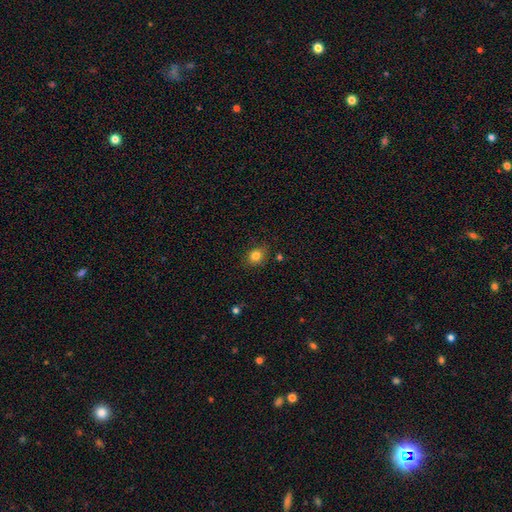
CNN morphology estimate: smooth_or_featured: smooth (p=0.82) [alt: star or artifact p=0.11]
how_rounded: round (p=0.65) [alt: in between p=0.34]
merging: none (p=0.83) [alt: minor disturbance p=0.13]